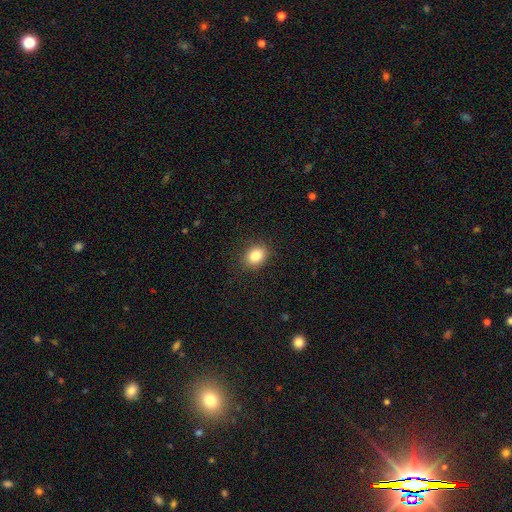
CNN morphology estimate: smooth_or_featured: smooth (p=0.83) [alt: star or artifact p=0.10]
how_rounded: round (p=0.53) [alt: in between p=0.47]
merging: none (p=0.88) [alt: minor disturbance p=0.08]